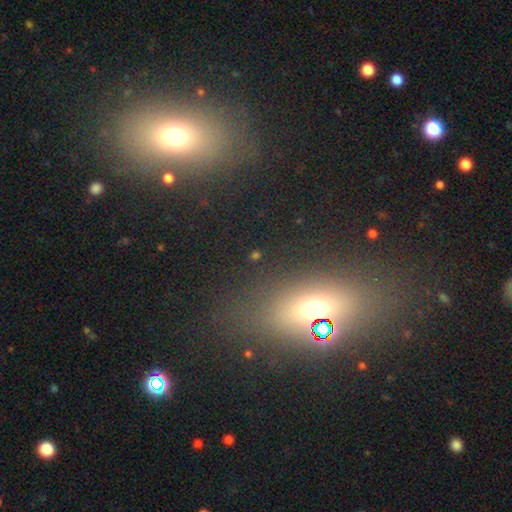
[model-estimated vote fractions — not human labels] A smooth galaxy with no disk features (44%).

Vote fractions:
- Smooth or featured? smooth: 44% / star or artifact: 43% / featured or disk: 13%
- Merging? none: 81% / minor disturbance: 9% / major disturbance: 6% / merger: 4%